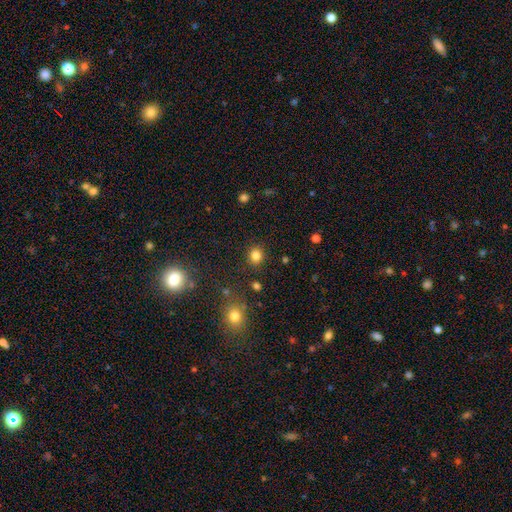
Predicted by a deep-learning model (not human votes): Smooth or featured: smooth — 82% (star or artifact — 13%)
How rounded: round — 79% (in between — 20%)
Merging: none — 89% (minor disturbance — 7%)